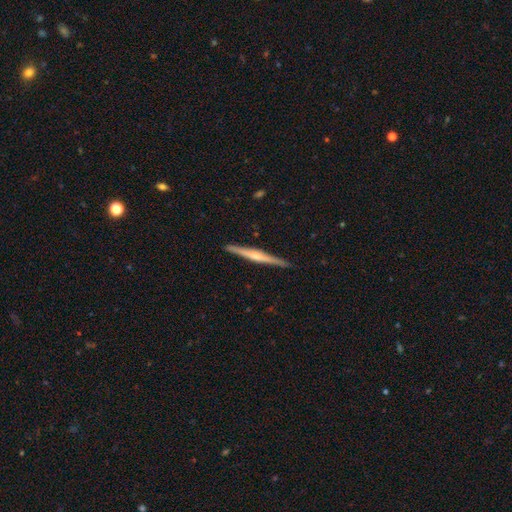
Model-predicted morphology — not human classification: A featured or disk galaxy (74%) viewed edge-on (98%) with a rounded central bulge (74%). Merging: none (91%).